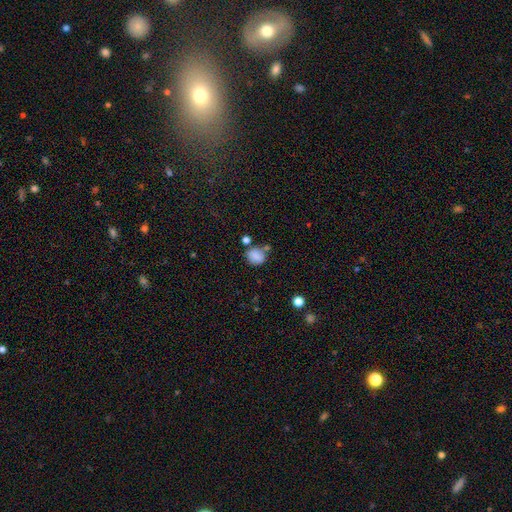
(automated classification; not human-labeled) A smooth galaxy with no disk features (82%) that is round (72%).

Vote fractions:
- Smooth or featured? smooth: 82% / star or artifact: 10% / featured or disk: 8%
- How rounded? round: 72% / in between: 27% / cigar-shaped: 1%
- Merging? none: 60% / minor disturbance: 20% / merger: 14% / major disturbance: 6%